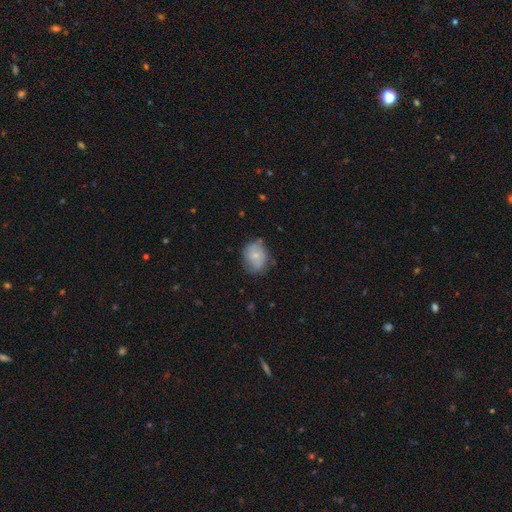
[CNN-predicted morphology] Smooth or featured? smooth (67%)
How rounded? round (55%)
Merging? none (60%)